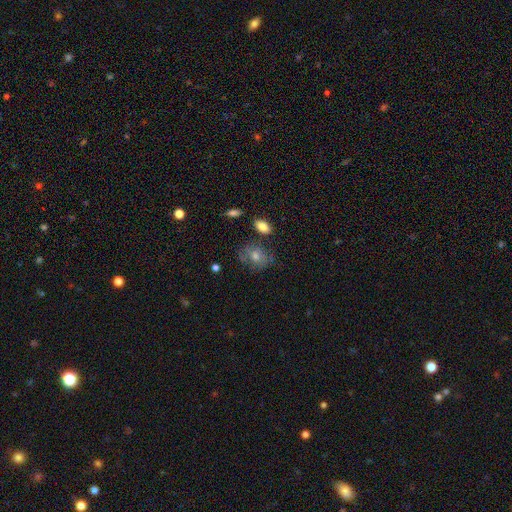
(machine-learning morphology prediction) The model was most divided on "smooth or featured": smooth: 47%, featured or disk: 36%, star or artifact: 18%. More confident: merging — none (68%).